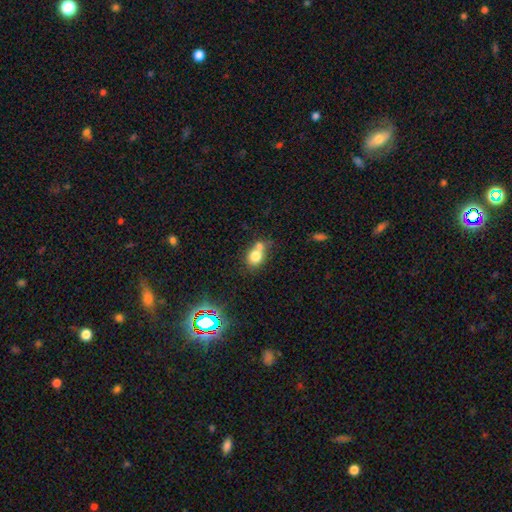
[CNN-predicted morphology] This appears to be a smooth galaxy with no disk features (75%) that is round (58%). Merging: merger (50%).